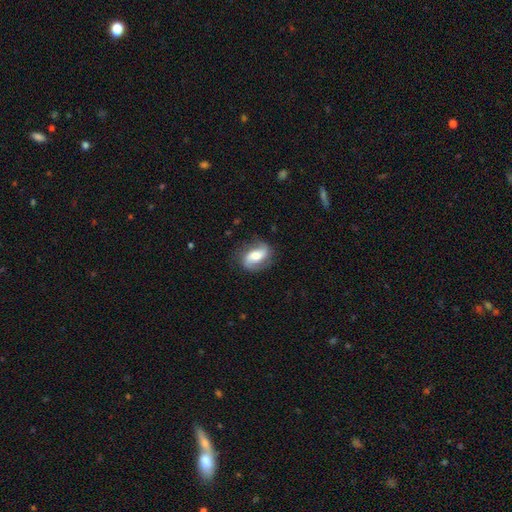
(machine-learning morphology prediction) smooth-or-featured: featured or disk: 70% | smooth: 24% | star or artifact: 7%
  disk-edge-on: no: 95% | yes: 5%
    bar: no: 36% (tied) | weak: 36% (tied) | strong: 27%
    has-spiral-arms: yes: 91% | no: 9%
      spiral-winding: loose: 49% | medium: 36% | tight: 15%
      spiral-arm-count: 2: 88% | 1: 4% | can't tell: 4% | 3: 1% | 4: 1% | more than 4: 1%
    bulge-size: moderate: 58% | large: 19% | small: 18% | dominant: 3% | none: 3%
  merging: none: 76% | minor disturbance: 16% | major disturbance: 6% | merger: 1%